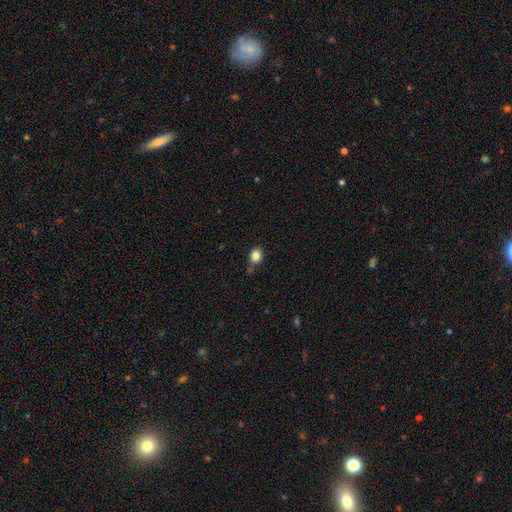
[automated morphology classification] A smooth galaxy with no disk features (84%) that is in between round and cigar-shaped (54%). Merging: none (73%).